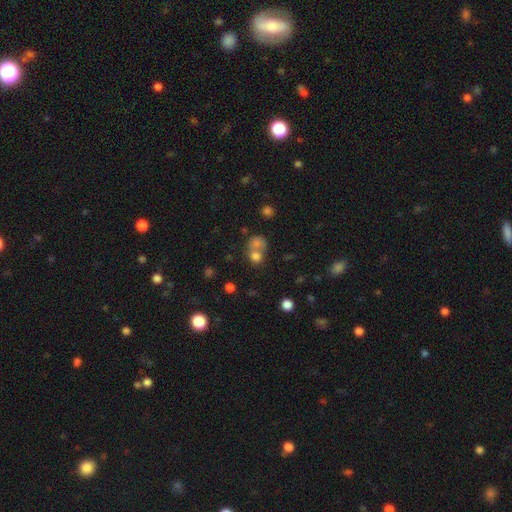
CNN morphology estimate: Smooth or featured?
  - smooth: 74% *
  - star or artifact: 14%
  - featured or disk: 12%
How rounded?
  - round: 70% *
  - in between: 29%
  - cigar-shaped: 1%
Merging?
  - merger: 55% *
  - none: 32%
  - minor disturbance: 7%
  - major disturbance: 5%